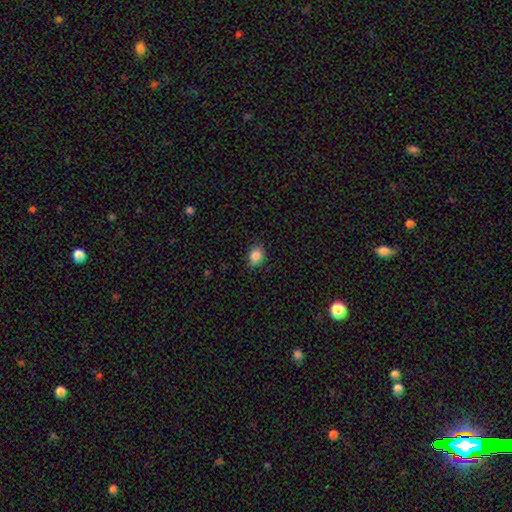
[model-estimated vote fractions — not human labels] smooth 86%, star or artifact 10%, featured or disk 4%. Down the decision tree: how rounded — in between (57%); merging — none (87%).